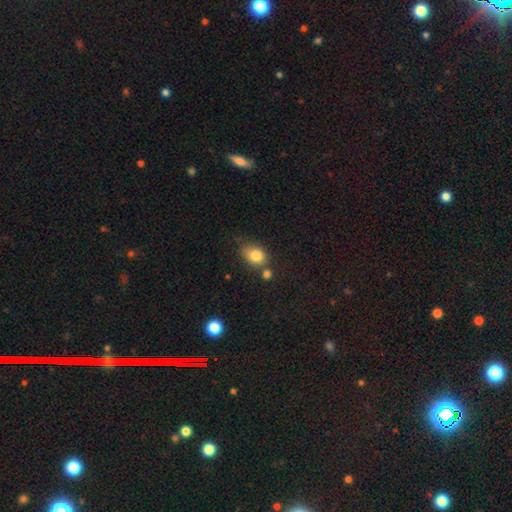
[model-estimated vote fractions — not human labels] smooth_or_featured: smooth (p=0.82) [alt: star or artifact p=0.10]
how_rounded: in between (p=0.57) [alt: round p=0.42]
merging: none (p=0.55) [alt: minor disturbance p=0.23]